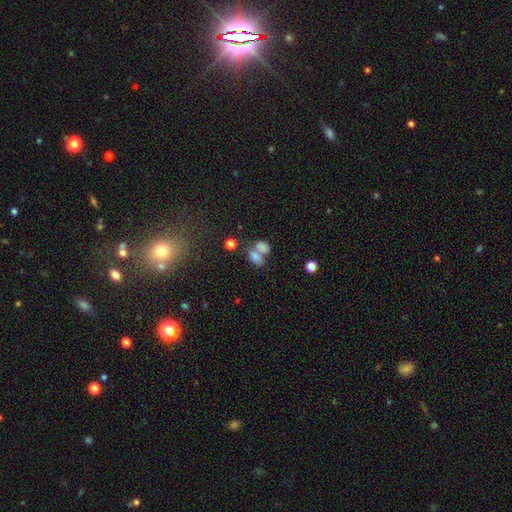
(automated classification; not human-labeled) Smooth or featured? Predicted: smooth (p=0.73). How rounded? Predicted: in between (p=0.81). Merging? Predicted: merger (p=0.58).